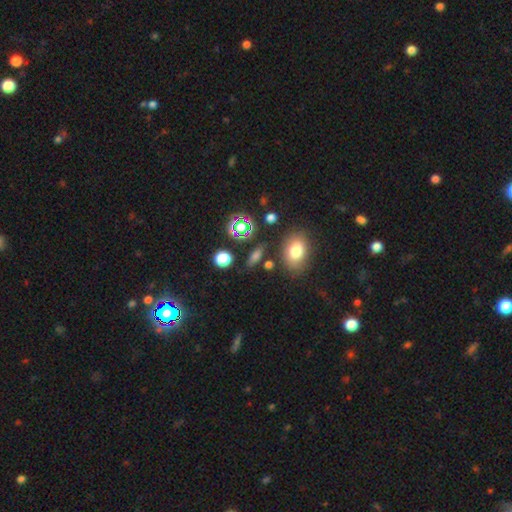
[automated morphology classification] Smooth or featured? smooth (60%)
How rounded? in between (56%)
Merging? none (75%)